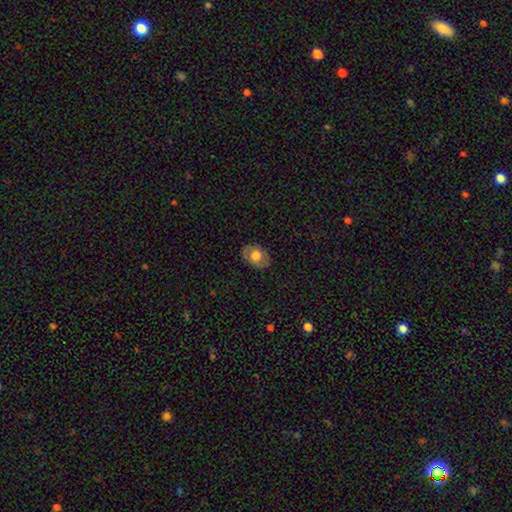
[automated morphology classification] Smooth or featured? smooth (61%)
How rounded? in between (75%)
Merging? none (81%)